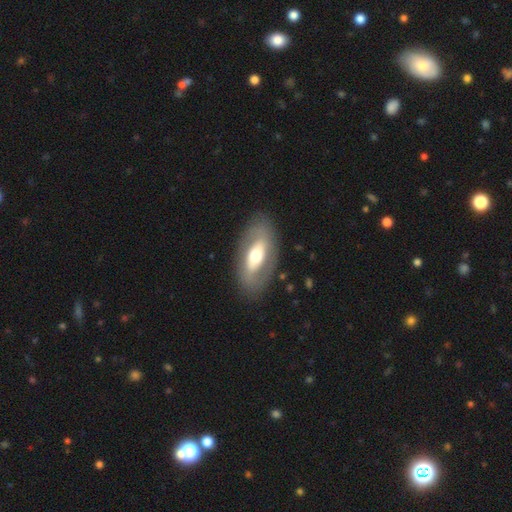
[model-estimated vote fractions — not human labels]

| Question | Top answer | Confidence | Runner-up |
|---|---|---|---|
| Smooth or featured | featured or disk | 56% | smooth (38%) |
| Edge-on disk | no | 85% | yes (15%) |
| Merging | none | 82% | minor disturbance (11%) |